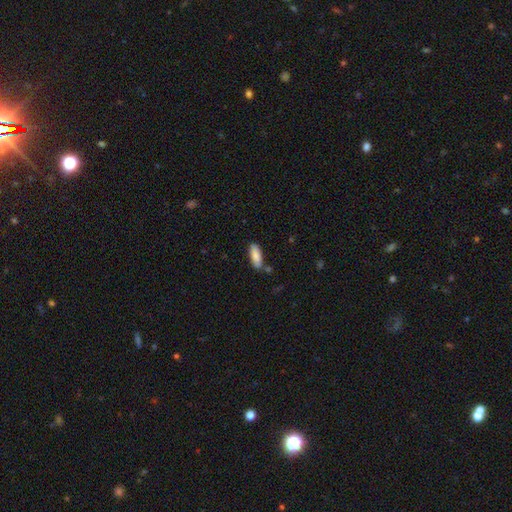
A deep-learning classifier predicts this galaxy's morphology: A smooth galaxy with no disk features (85%) that is in between round and cigar-shaped (69%).

Vote fractions:
- Smooth or featured? smooth: 85% / featured or disk: 9% / star or artifact: 6%
- How rounded? in between: 69% / cigar-shaped: 29% / round: 2%
- Merging? none: 79% / minor disturbance: 13% / merger: 6% / major disturbance: 3%